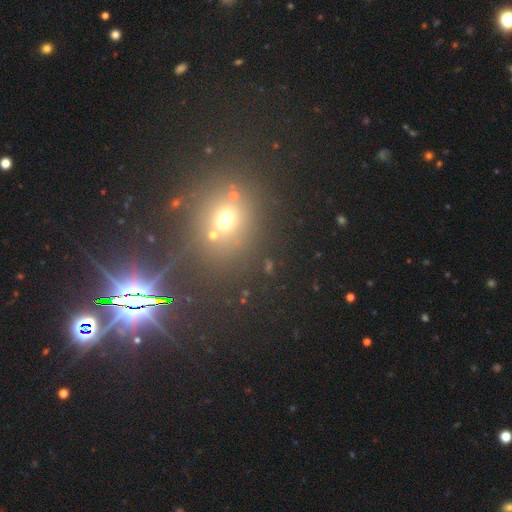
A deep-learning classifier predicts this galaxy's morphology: This is possibly a star or artifact rather than a galaxy (58%).